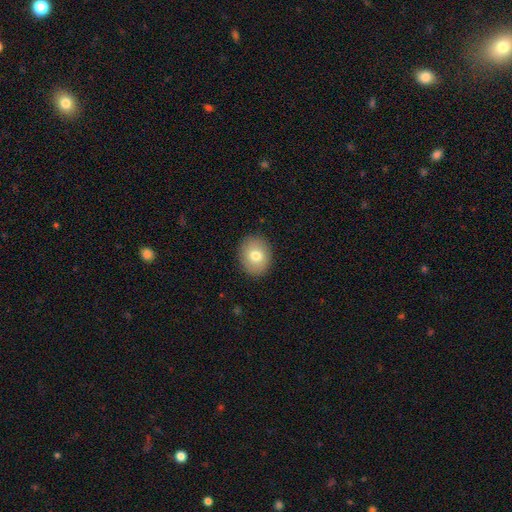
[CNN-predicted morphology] Smooth or featured? smooth (77%)
How rounded? round (55%)
Merging? none (89%)